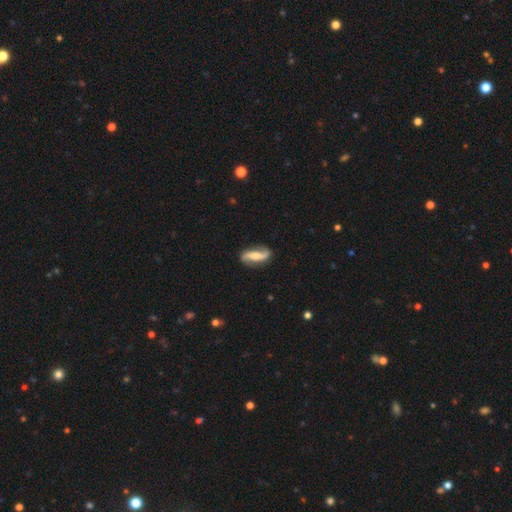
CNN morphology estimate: The model was most divided on "bar": strong: 39%, no: 32%, weak: 29%. Remaining: spiral arms — yes (93%); spiral arm count — 2 (92%); edge-on disk — no (90%); merging — none (82%); smooth or featured — featured or disk (74%); spiral winding — loose (72%); bulge size — moderate (44%).